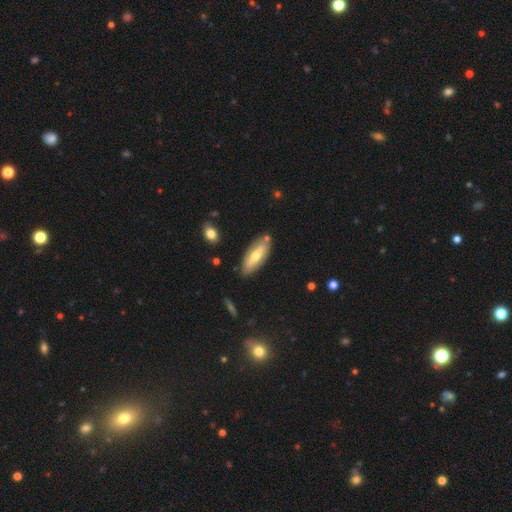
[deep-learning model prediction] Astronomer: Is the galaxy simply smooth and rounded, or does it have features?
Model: smooth — 56% (runner-up: featured or disk, 38%).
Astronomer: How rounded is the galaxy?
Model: in between — 68%.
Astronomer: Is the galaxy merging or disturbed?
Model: none — 81%.